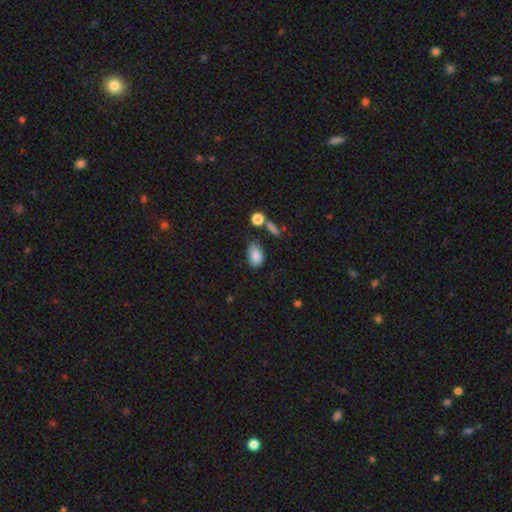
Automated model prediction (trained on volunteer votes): Morphology: type=smooth (84%); roundness=in between (88%); merging=none (58%).